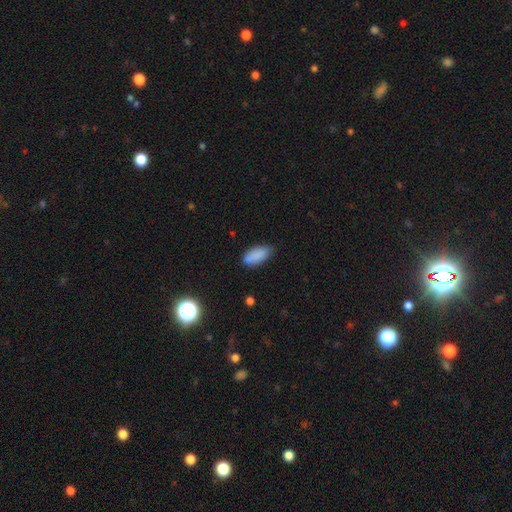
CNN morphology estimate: smooth_or_featured: smooth (p=0.87) [alt: star or artifact p=0.07]
how_rounded: in between (p=0.85) [alt: cigar-shaped p=0.13]
merging: none (p=0.74) [alt: minor disturbance p=0.21]